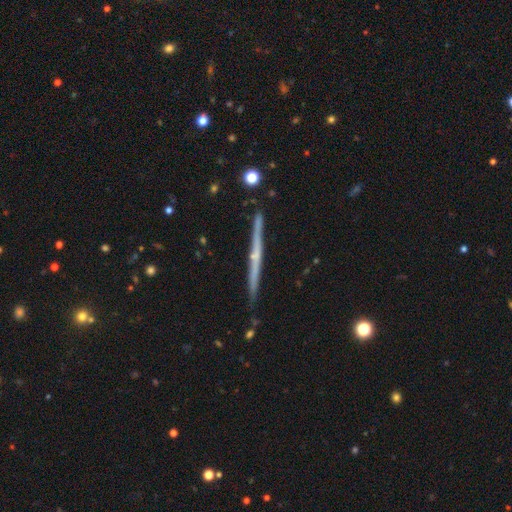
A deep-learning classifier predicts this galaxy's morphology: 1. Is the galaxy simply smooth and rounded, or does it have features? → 75% featured or disk, 19% smooth, 6% star or artifact.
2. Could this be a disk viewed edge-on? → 98% yes, 2% no.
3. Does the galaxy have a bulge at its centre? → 48% none, 47% rounded, 5% boxy.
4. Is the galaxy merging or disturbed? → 89% none, 8% minor disturbance, 1% merger, 1% major disturbance.